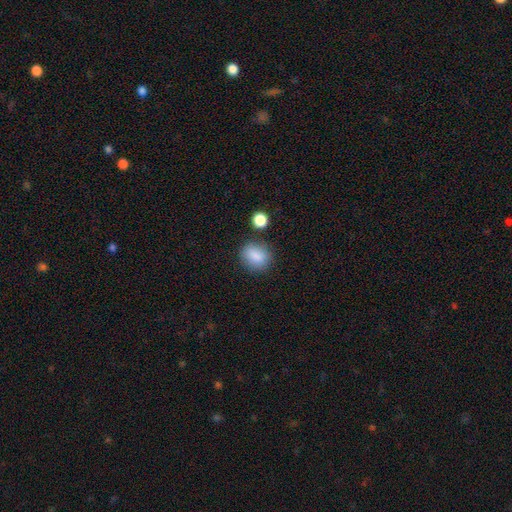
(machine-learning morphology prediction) This appears to be a smooth galaxy with no disk features (86%) that is round (51%). Merging: none (77%).